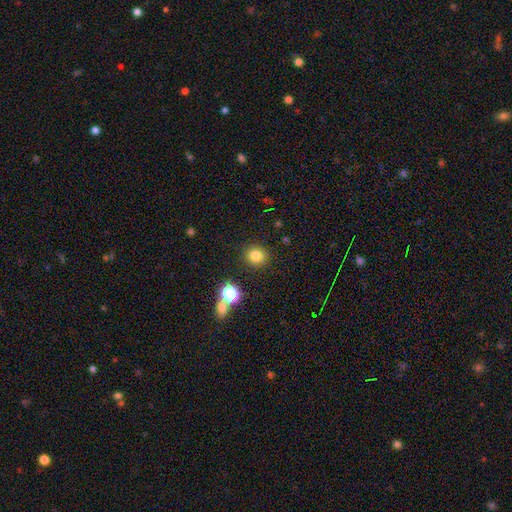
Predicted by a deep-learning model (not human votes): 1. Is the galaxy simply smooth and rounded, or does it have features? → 80% smooth, 14% star or artifact, 6% featured or disk.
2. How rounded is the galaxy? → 84% round, 16% in between, 1% cigar-shaped.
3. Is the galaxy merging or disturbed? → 87% none, 7% minor disturbance, 3% merger, 3% major disturbance.